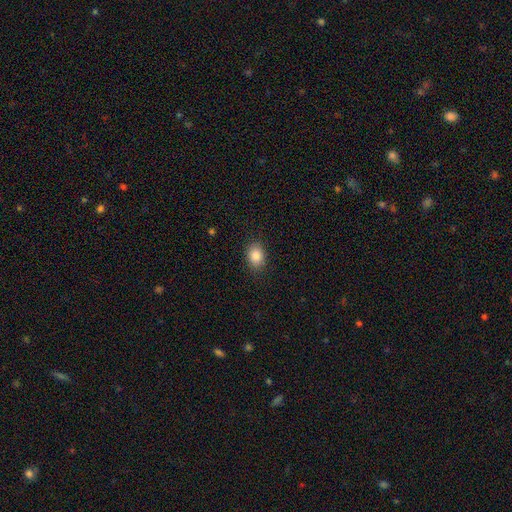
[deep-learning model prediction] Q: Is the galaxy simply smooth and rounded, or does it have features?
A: smooth — 86%.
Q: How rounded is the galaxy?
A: in between — 69%.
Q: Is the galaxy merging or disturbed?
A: none — 87%.